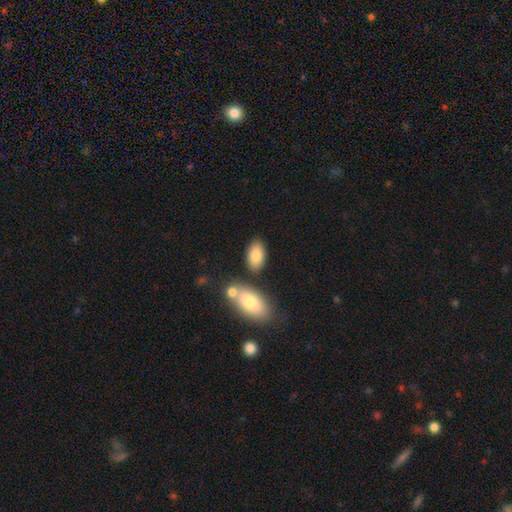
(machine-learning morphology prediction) Q: Smooth or featured?
A: smooth (85%); runner-up: featured or disk (8%)
Q: How rounded?
A: in between (93%); runner-up: round (4%)
Q: Merging?
A: none (75%); runner-up: minor disturbance (11%)